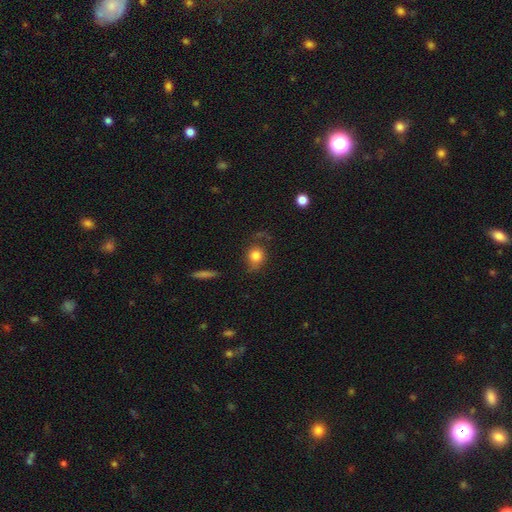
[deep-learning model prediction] Overall: smooth (77%). How rounded: round (73%). Merging: none (61%; minor disturbance 23%).